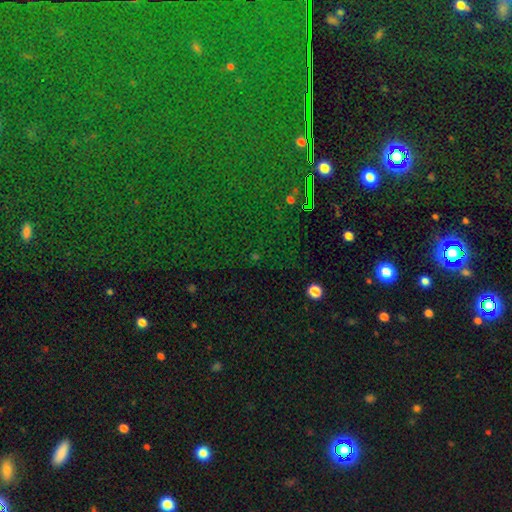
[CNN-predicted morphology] Q: Smooth or featured?
A: star or artifact (84%); runner-up: smooth (9%)